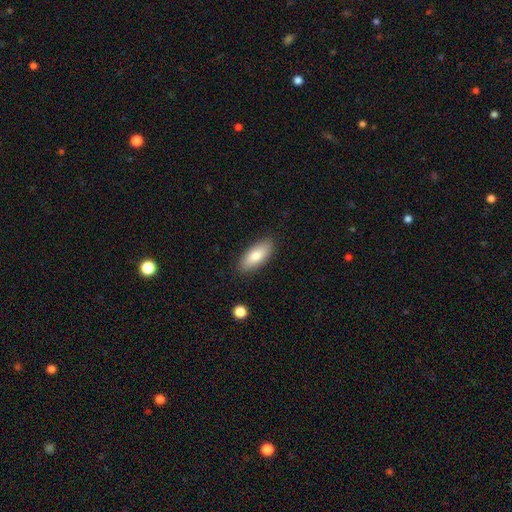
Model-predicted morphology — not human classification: Smooth or featured? smooth (79%)
How rounded? in between (78%)
Merging? none (87%)